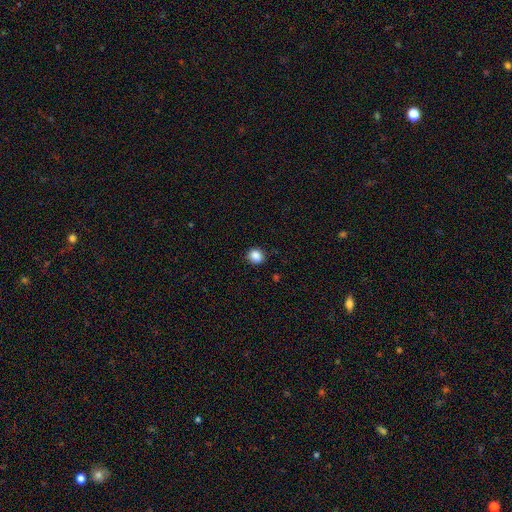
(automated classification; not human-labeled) smooth_or_featured: smooth (p=0.87) [alt: star or artifact p=0.10]
how_rounded: round (p=0.82) [alt: in between p=0.17]
merging: none (p=0.89) [alt: minor disturbance p=0.08]